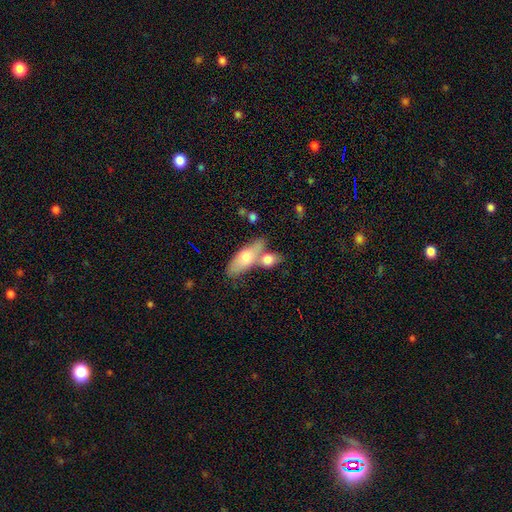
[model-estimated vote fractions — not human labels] smooth-or-featured: smooth: 61% | featured or disk: 31% | star or artifact: 8%
  how-rounded: in between: 64% | cigar-shaped: 31% | round: 4%
  merging: none: 47% | merger: 36% | minor disturbance: 12% | major disturbance: 5%